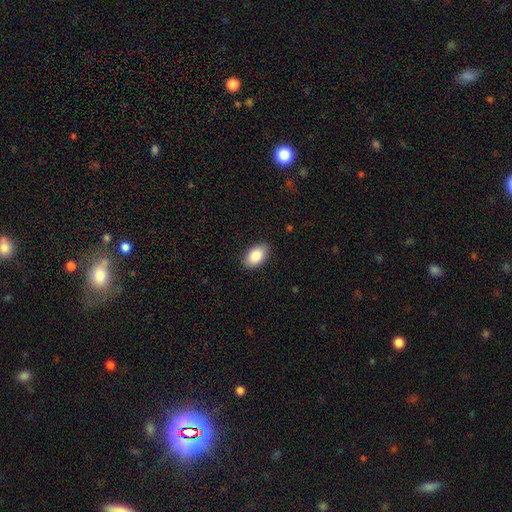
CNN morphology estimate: Smooth or featured?
  - smooth: 87% *
  - star or artifact: 7%
  - featured or disk: 6%
How rounded?
  - in between: 93% *
  - round: 5%
  - cigar-shaped: 1%
Merging?
  - none: 88% *
  - minor disturbance: 9%
  - major disturbance: 2%
  - merger: 1%